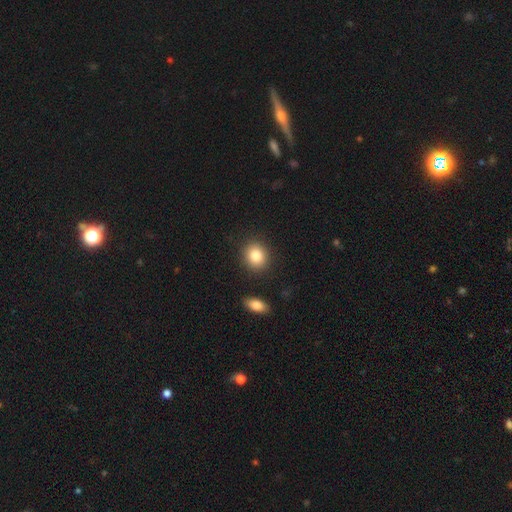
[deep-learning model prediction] Smooth or featured? smooth (83%)
How rounded? round (73%)
Merging? none (88%)